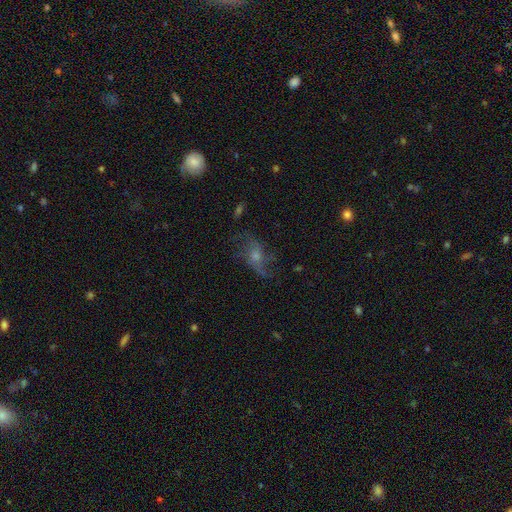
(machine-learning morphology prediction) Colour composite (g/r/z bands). It shows a featured or disk galaxy (61%) with no bar (72%), spiral arms (81%) and a moderate central bulge (47%). Merging: none (58%).